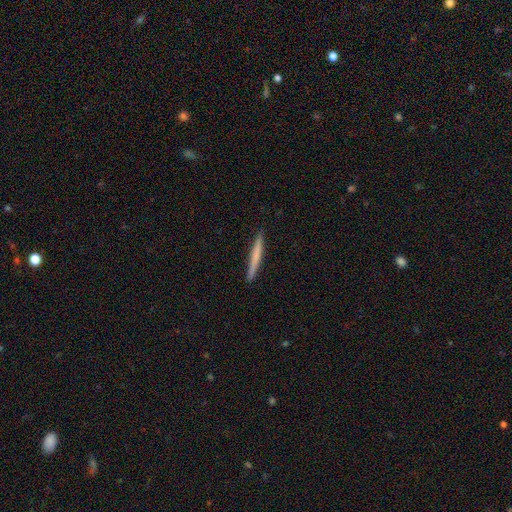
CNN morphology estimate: Smooth or featured: smooth — 60% (featured or disk — 35%)
How rounded: cigar-shaped — 97% (in between — 2%)
Merging: none — 92% (minor disturbance — 6%)